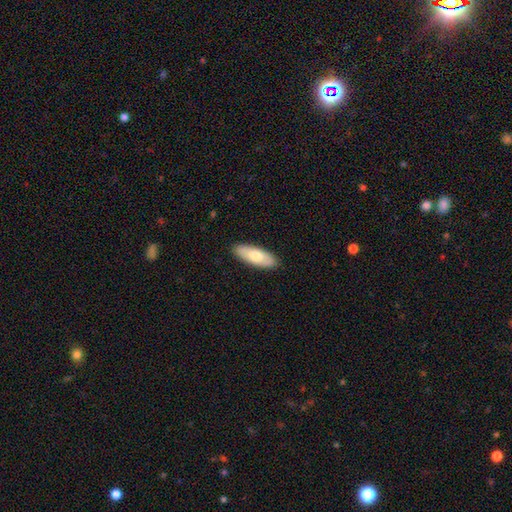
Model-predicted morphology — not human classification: Q: Smooth or featured?
A: smooth (69%); runner-up: featured or disk (26%)
Q: How rounded?
A: in between (72%); runner-up: cigar-shaped (26%)
Q: Merging?
A: none (89%); runner-up: minor disturbance (8%)